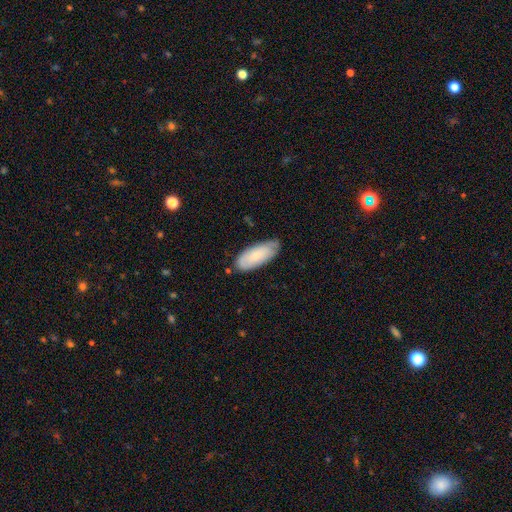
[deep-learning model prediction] A smooth galaxy with no disk features (73%) that is in between round and cigar-shaped (84%).

Vote fractions:
- Smooth or featured? smooth: 73% / featured or disk: 21% / star or artifact: 6%
- How rounded? in between: 84% / cigar-shaped: 14% / round: 2%
- Merging? none: 74% / minor disturbance: 21% / major disturbance: 3% / merger: 2%